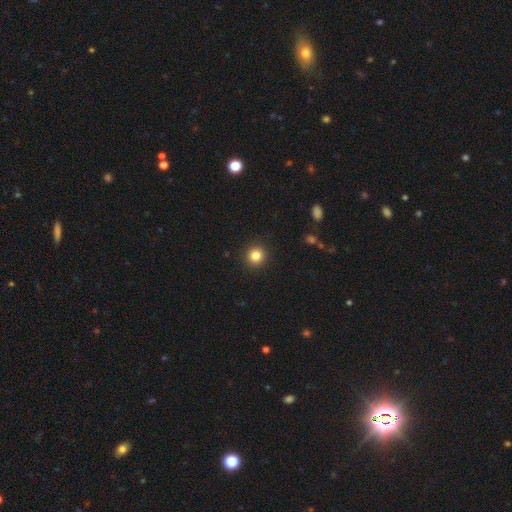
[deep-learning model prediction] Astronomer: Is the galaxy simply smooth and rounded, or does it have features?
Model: smooth — 83%.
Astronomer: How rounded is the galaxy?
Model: round — 94%.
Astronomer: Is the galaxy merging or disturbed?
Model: none — 92%.